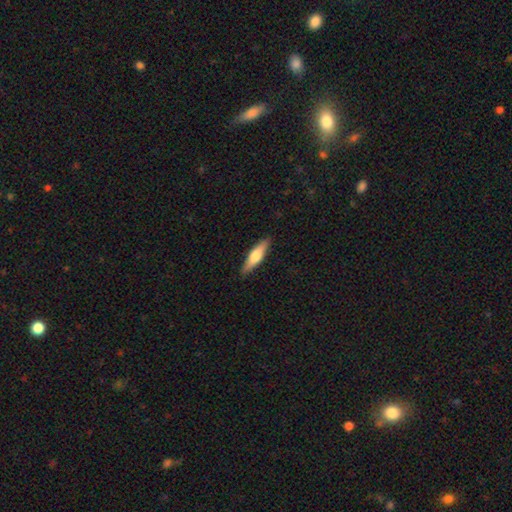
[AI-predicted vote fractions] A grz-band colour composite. It shows a smooth galaxy with no disk features (51%) that is cigar-shaped (70%). Merging: none (89%).